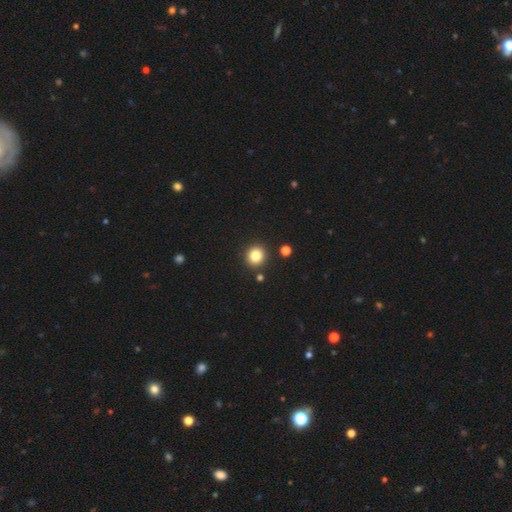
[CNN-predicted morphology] type=smooth (84%); roundness=round (84%); merging=none (88%).